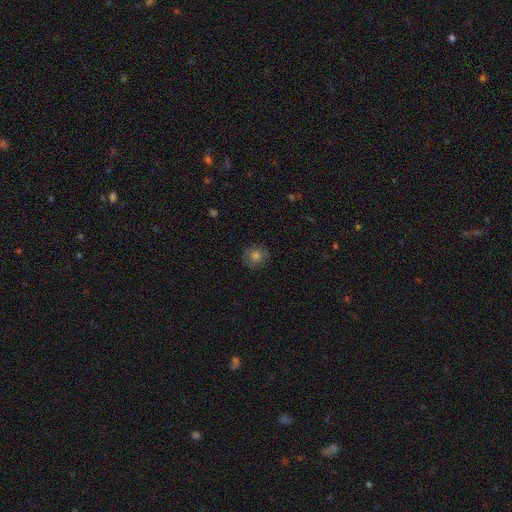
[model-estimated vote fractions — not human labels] smooth-or-featured: smooth: 73% | star or artifact: 15% | featured or disk: 12%
  how-rounded: round: 88% | in between: 11% | cigar-shaped: 1%
  merging: none: 86% | minor disturbance: 10% | major disturbance: 3% | merger: 1%